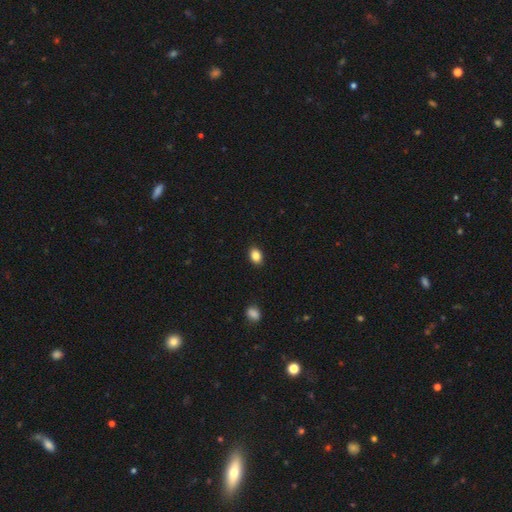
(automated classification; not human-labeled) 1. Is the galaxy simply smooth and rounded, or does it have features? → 86% smooth, 9% star or artifact, 5% featured or disk.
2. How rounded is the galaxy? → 76% in between, 23% round, 1% cigar-shaped.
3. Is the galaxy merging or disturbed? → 90% none, 7% minor disturbance, 2% major disturbance, 1% merger.